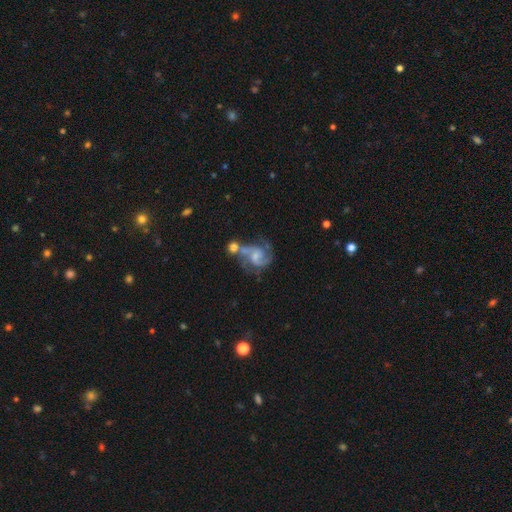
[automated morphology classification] Overall: featured or disk (80%). Edge-on disk: no (98%). Bar: no (48%; weak 42%). Spiral arms: yes (93%). Spiral arm count: 2 (77%). Spiral winding: medium (53%; loose 24%). Bulge size: small (45%; moderate 32%). Merging: none (37%; merger 30%).